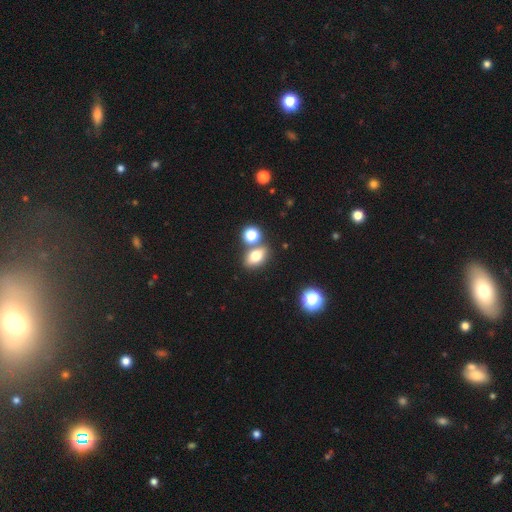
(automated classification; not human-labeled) Q: Smooth or featured?
A: smooth (72%); runner-up: featured or disk (14%)
Q: How rounded?
A: in between (74%); runner-up: round (23%)
Q: Merging?
A: none (66%); runner-up: merger (21%)